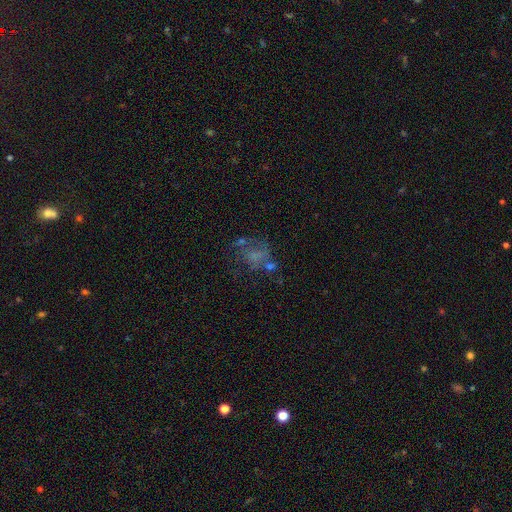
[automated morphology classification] smooth-or-featured: featured or disk: 44% | smooth: 35% | star or artifact: 22%
  merging: none: 38% | major disturbance: 30% | minor disturbance: 18% | merger: 14%